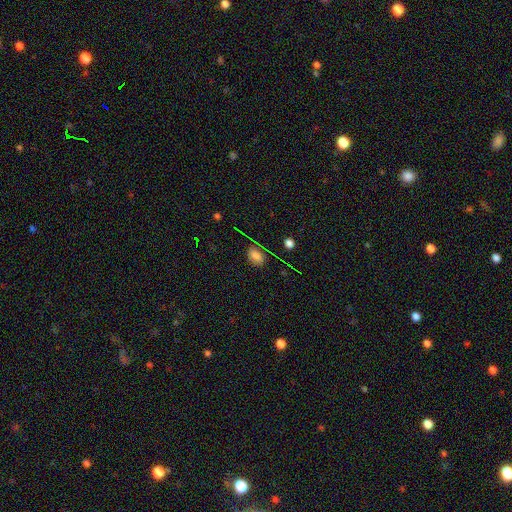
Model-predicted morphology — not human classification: smooth-or-featured: smooth: 64% | star or artifact: 27% | featured or disk: 9%
  how-rounded: in between: 76% | round: 21% | cigar-shaped: 3%
  merging: none: 70% | minor disturbance: 19% | major disturbance: 8% | merger: 4%